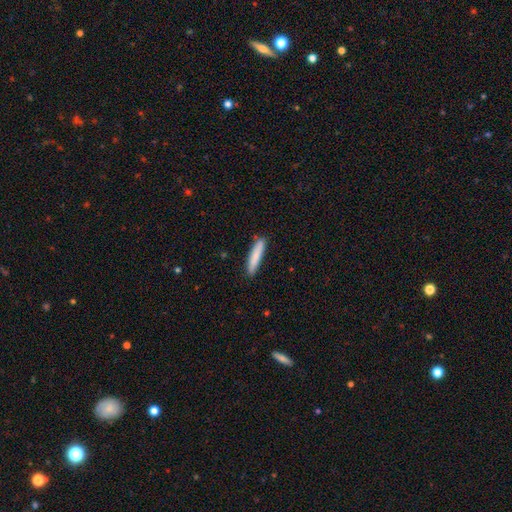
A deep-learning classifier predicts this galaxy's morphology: type=smooth (82%); roundness=cigar-shaped (88%); merging=none (88%).